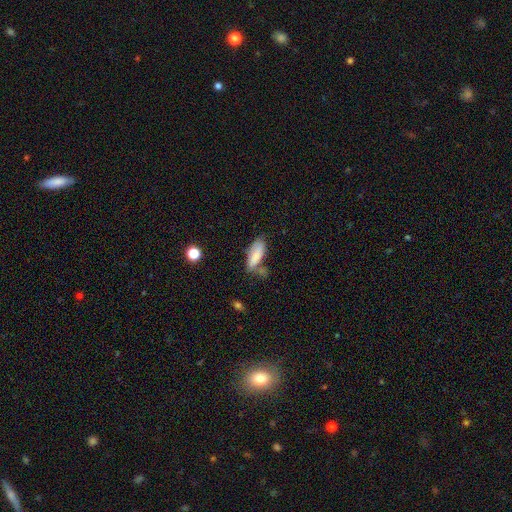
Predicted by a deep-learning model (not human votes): This is likely a smooth galaxy (78%). How rounded: likely in between (71%). Merging: possibly none (50%).